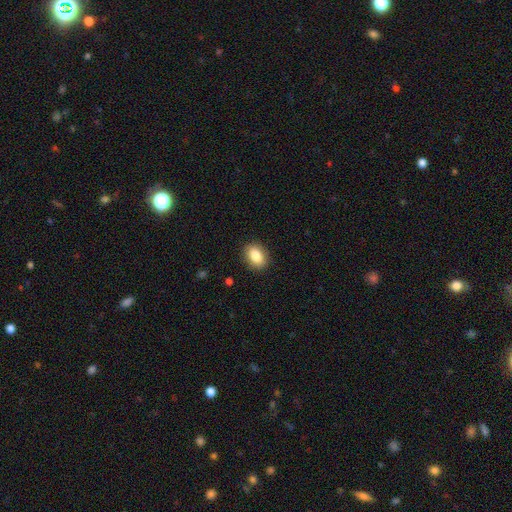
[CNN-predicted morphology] smooth-or-featured: smooth: 86% | star or artifact: 8% | featured or disk: 7%
  how-rounded: in between: 78% | round: 20% | cigar-shaped: 1%
  merging: none: 89% | minor disturbance: 8% | major disturbance: 2% | merger: 1%